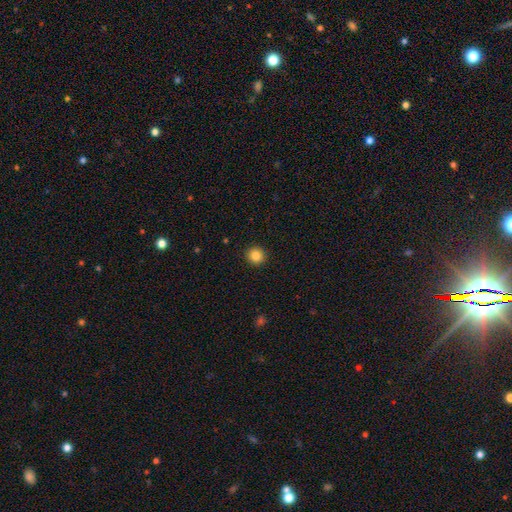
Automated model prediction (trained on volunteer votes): Morphology: type=smooth (85%); roundness=round (93%); merging=none (93%).